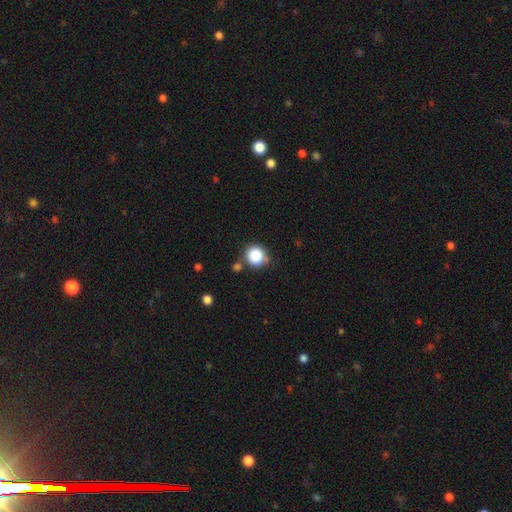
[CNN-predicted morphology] smooth_or_featured: smooth (p=0.86) [alt: star or artifact p=0.10]
how_rounded: round (p=0.89) [alt: in between p=0.10]
merging: none (p=0.69) [alt: minor disturbance p=0.16]